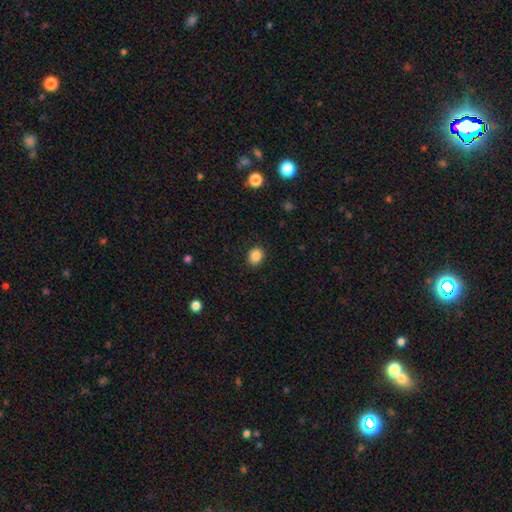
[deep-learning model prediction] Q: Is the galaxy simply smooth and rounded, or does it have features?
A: smooth — 86%.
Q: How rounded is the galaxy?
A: round — 67%.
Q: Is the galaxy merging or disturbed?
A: none — 90%.